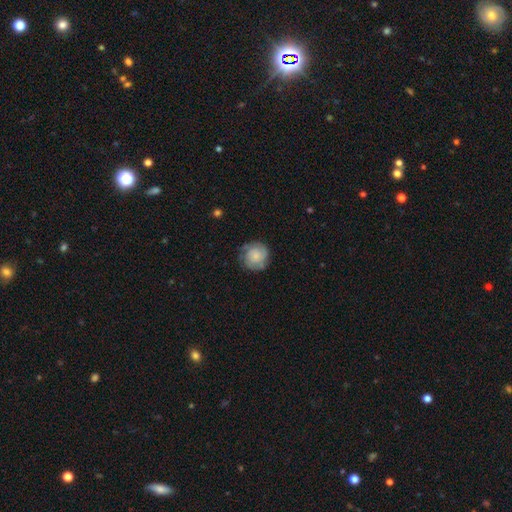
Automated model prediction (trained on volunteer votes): Smooth or featured? smooth (54%)
How rounded? round (90%)
Merging? none (73%)